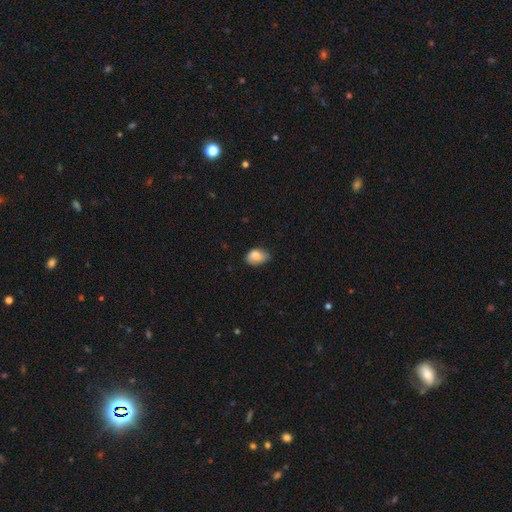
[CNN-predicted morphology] Smooth or featured?
  - smooth: 79% *
  - featured or disk: 13%
  - star or artifact: 8%
How rounded?
  - in between: 84% *
  - round: 15%
  - cigar-shaped: 1%
Merging?
  - none: 59% *
  - minor disturbance: 33%
  - major disturbance: 7%
  - merger: 2%